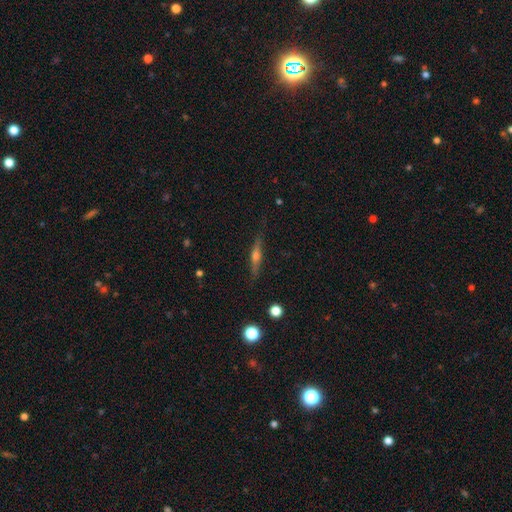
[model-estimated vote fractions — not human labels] Smooth or featured?
  - featured or disk: 71% *
  - smooth: 21%
  - star or artifact: 8%
Edge-on disk?
  - yes: 97% *
  - no: 3%
Edge-on bulge?
  - rounded: 90% *
  - boxy: 6%
  - none: 4%
Merging?
  - none: 85% *
  - minor disturbance: 11%
  - major disturbance: 3%
  - merger: 1%